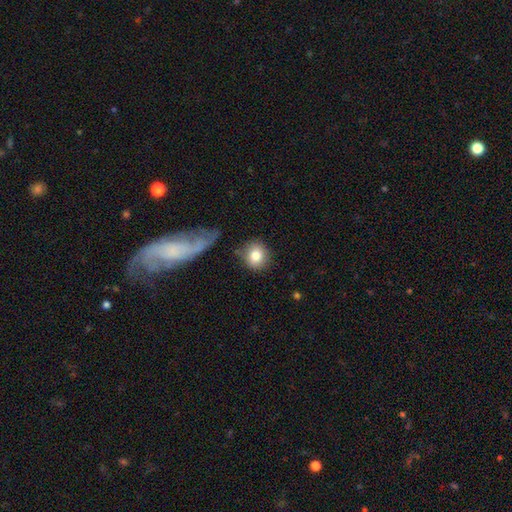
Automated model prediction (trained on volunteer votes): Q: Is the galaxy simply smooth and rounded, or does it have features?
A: smooth — 83%.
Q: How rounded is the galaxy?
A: round — 85%.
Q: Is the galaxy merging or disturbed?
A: none — 77%.